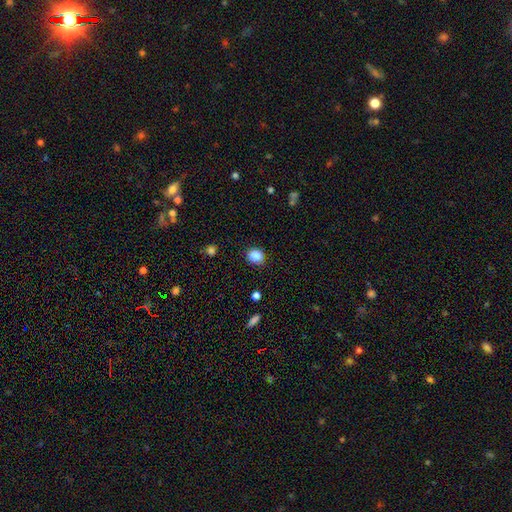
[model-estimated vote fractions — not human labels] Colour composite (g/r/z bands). It shows a smooth galaxy with no disk features (87%) that is round (60%). Merging: none (83%).